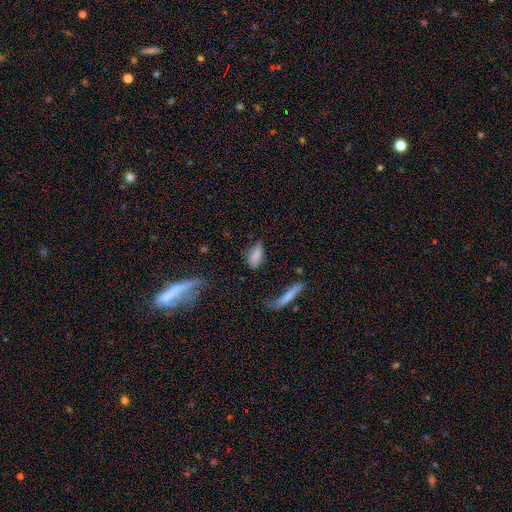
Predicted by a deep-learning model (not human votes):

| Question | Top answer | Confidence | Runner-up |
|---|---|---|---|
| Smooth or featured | smooth | 82% | featured or disk (9%) |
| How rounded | in between | 81% | cigar-shaped (16%) |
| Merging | none | 61% | minor disturbance (26%) |